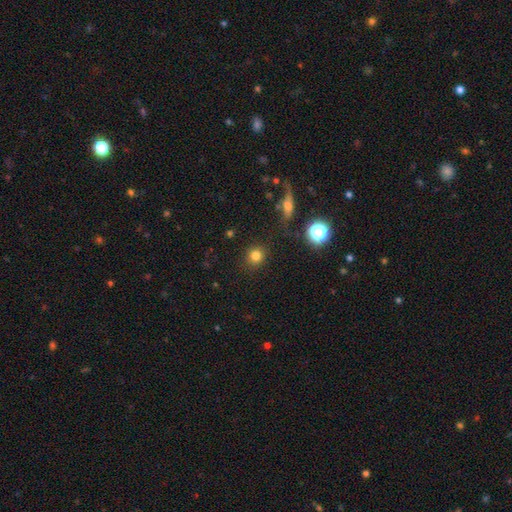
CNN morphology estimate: Smooth or featured? Predicted: smooth (p=0.81). How rounded? Predicted: round (p=0.89). Merging? Predicted: none (p=0.88).